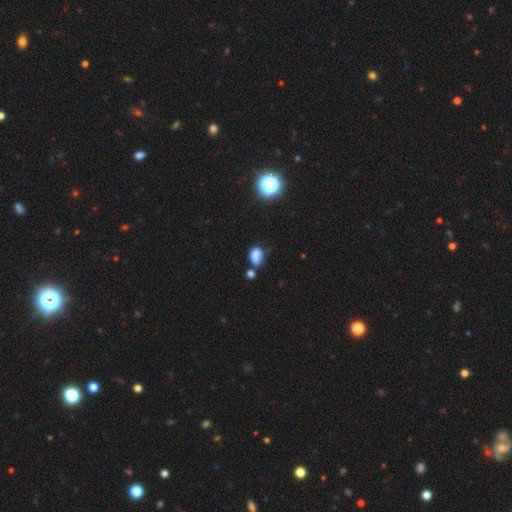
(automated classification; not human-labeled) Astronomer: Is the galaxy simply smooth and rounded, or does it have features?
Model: smooth — 77%.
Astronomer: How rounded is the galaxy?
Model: in between — 73%.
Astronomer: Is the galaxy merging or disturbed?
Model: none — 40% (runner-up: minor disturbance, 30%).